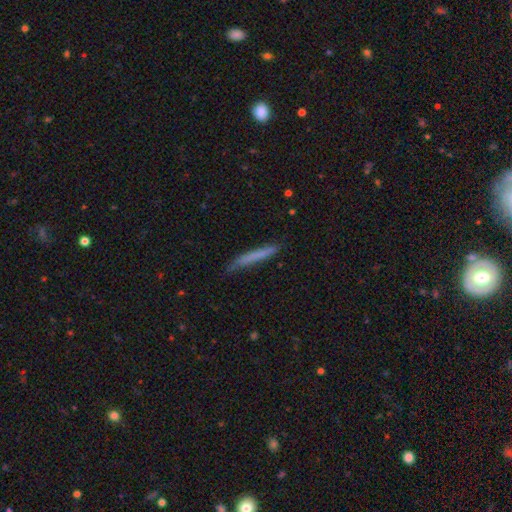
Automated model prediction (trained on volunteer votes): This appears to be a smooth galaxy with no disk features (69%) that is cigar-shaped (96%). Merging: none (79%).